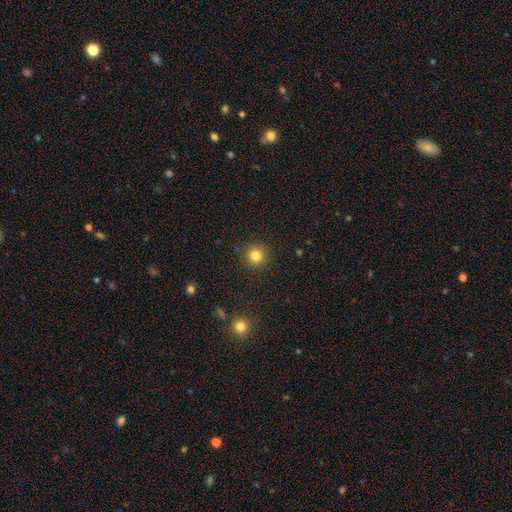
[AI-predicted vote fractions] Morphology: type=smooth (82%); roundness=round (95%); merging=none (92%).